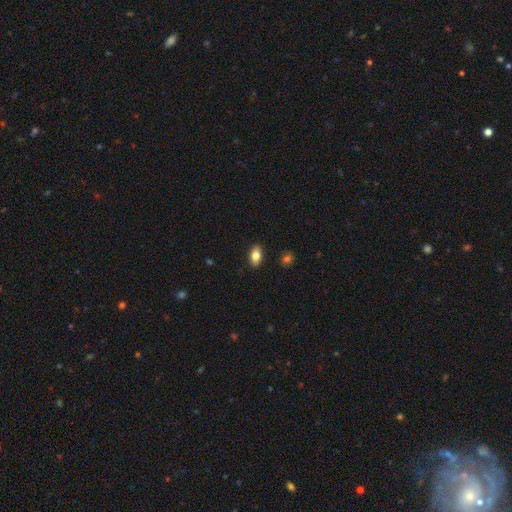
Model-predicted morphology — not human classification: Q: Smooth or featured?
A: smooth (80%); runner-up: featured or disk (12%)
Q: How rounded?
A: in between (90%); runner-up: round (6%)
Q: Merging?
A: none (88%); runner-up: minor disturbance (9%)